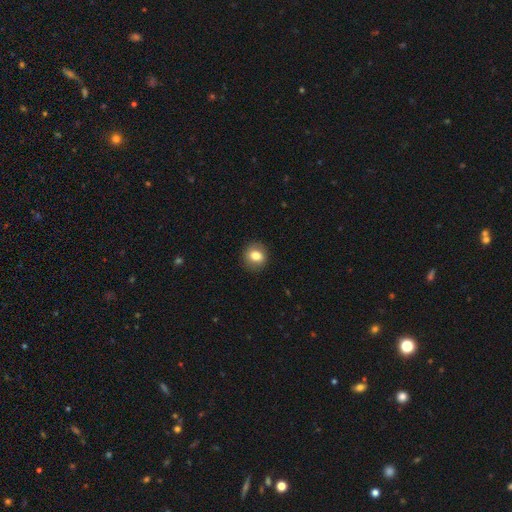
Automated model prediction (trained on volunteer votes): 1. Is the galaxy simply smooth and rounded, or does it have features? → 80% smooth, 11% featured or disk, 9% star or artifact.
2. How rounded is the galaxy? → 75% round, 24% in between, 1% cigar-shaped.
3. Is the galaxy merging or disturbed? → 88% none, 8% minor disturbance, 3% major disturbance, 1% merger.